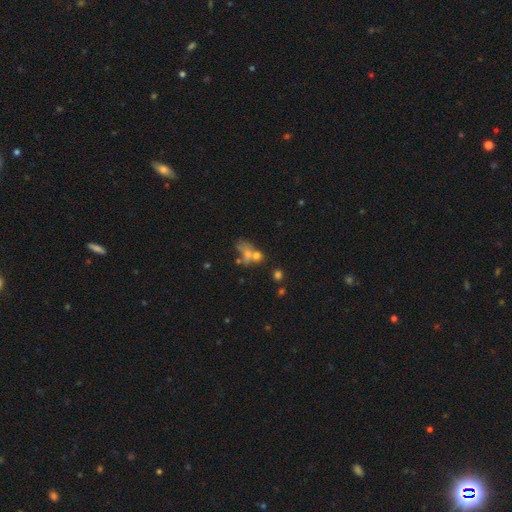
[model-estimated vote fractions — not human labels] A smooth galaxy with no disk features (53%) that is in between round and cigar-shaped (53%).

Vote fractions:
- Smooth or featured? smooth: 53% / featured or disk: 28% / star or artifact: 19%
- How rounded? in between: 53% / round: 43% / cigar-shaped: 4%
- Merging? merger: 48% / none: 26% / major disturbance: 15% / minor disturbance: 11%